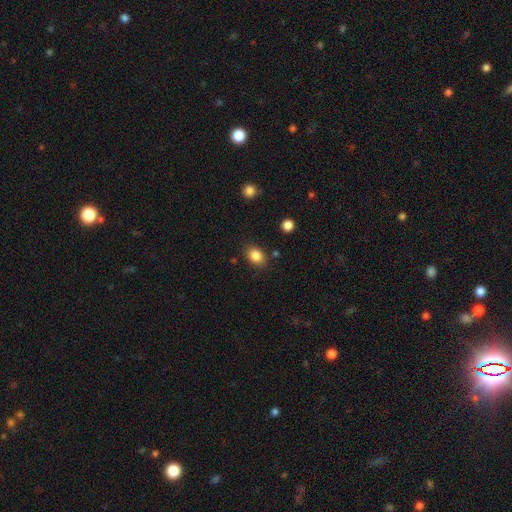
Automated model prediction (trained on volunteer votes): The model was most divided on "how rounded": in between: 71%, round: 28%, cigar-shaped: 1%. More confident: smooth or featured — smooth (85%); merging — none (82%).